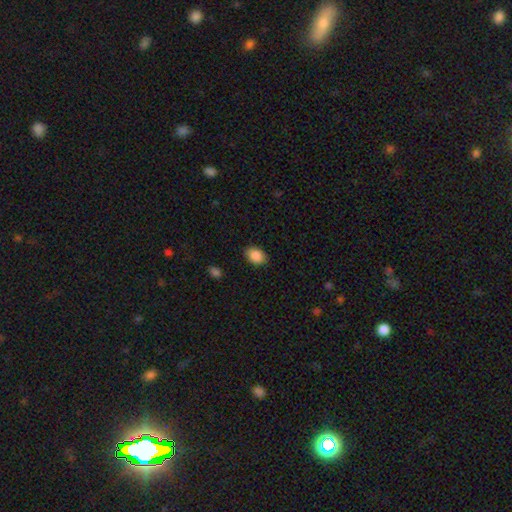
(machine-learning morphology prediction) Overall: smooth (89%). How rounded: in between (75%). Merging: none (85%).